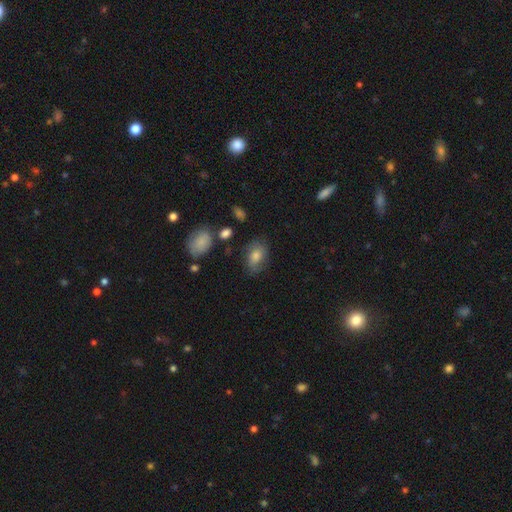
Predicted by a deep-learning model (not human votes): Morphology: type=smooth (67%); roundness=in between (81%); merging=none (69%).